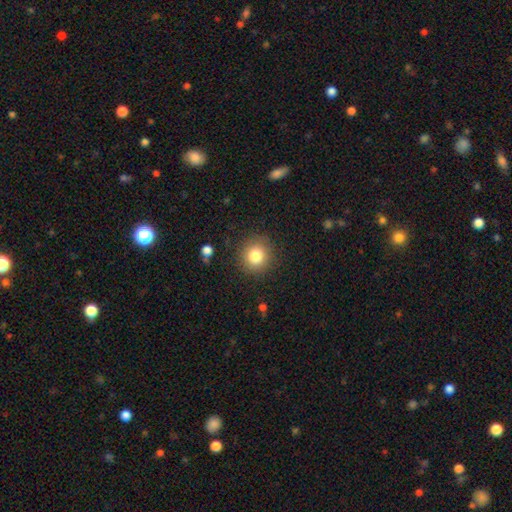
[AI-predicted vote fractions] smooth-or-featured: smooth: 82% | star or artifact: 11% | featured or disk: 8%
  how-rounded: round: 91% | in between: 8% | cigar-shaped: 1%
  merging: none: 88% | minor disturbance: 8% | major disturbance: 3% | merger: 1%